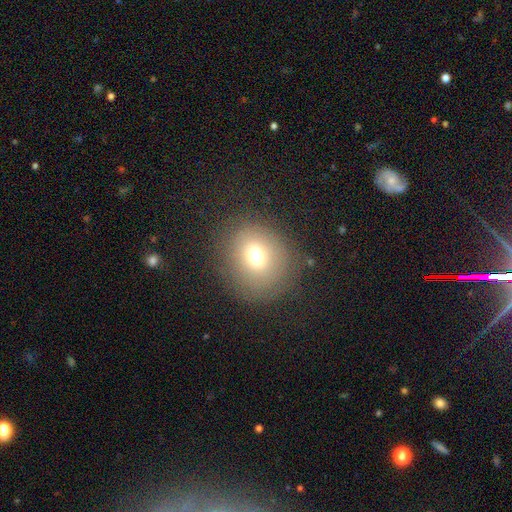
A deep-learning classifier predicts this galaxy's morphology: A smooth galaxy with no disk features (70%) that is round (75%). Merging: none (79%).